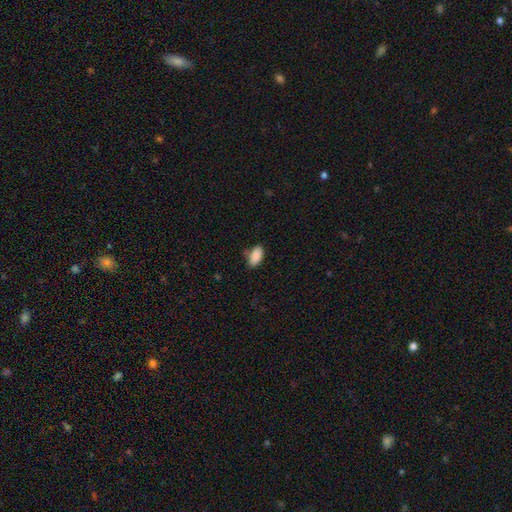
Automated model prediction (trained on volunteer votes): Q: Smooth or featured?
A: smooth (89%); runner-up: star or artifact (7%)
Q: How rounded?
A: in between (93%); runner-up: cigar-shaped (4%)
Q: Merging?
A: none (76%); runner-up: minor disturbance (18%)